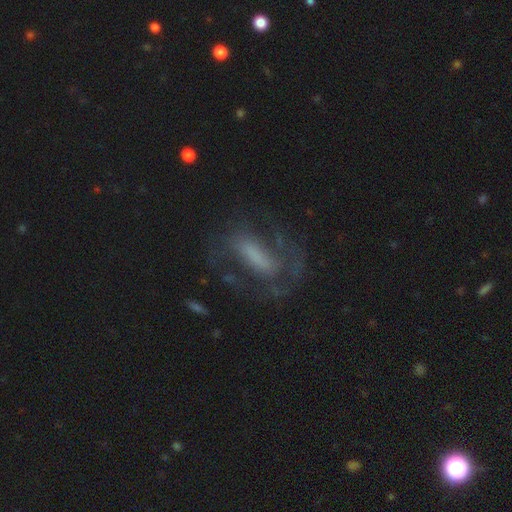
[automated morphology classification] smooth_or_featured: featured or disk (p=0.67) [alt: smooth p=0.22]
disk_edge_on: no (p=0.90) [alt: yes p=0.10]
bar: strong (p=0.47) [alt: weak p=0.31]
has_spiral_arms: yes (p=0.81) [alt: no p=0.19]
bulge_size: none (p=0.41) [alt: small p=0.21]
merging: none (p=0.58) [alt: major disturbance p=0.22]